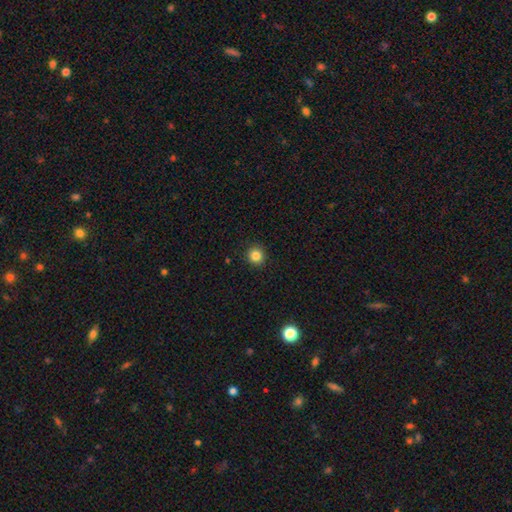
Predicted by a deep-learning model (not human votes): Smooth or featured? Predicted: smooth (p=0.84). How rounded? Predicted: round (p=0.94). Merging? Predicted: none (p=0.92).